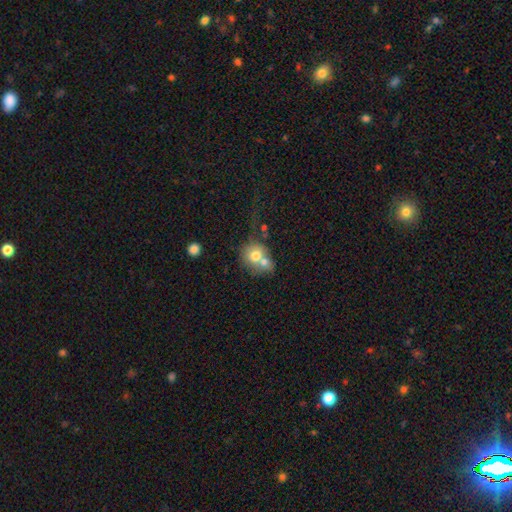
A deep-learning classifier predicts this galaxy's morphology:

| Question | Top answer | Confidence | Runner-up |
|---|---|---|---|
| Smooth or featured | smooth | 69% | featured or disk (21%) |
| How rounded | round | 74% | in between (25%) |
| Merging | merger | 61% | none (25%) |